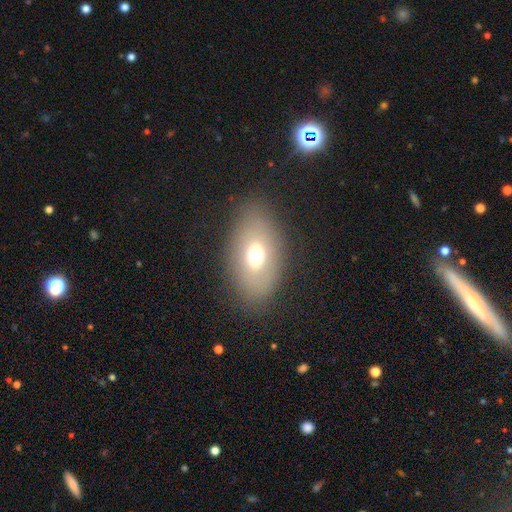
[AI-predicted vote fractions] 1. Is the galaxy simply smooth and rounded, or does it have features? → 64% smooth, 24% featured or disk, 12% star or artifact.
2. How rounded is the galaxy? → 86% in between, 12% round, 2% cigar-shaped.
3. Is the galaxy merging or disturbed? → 82% none, 11% minor disturbance, 6% major disturbance, 1% merger.